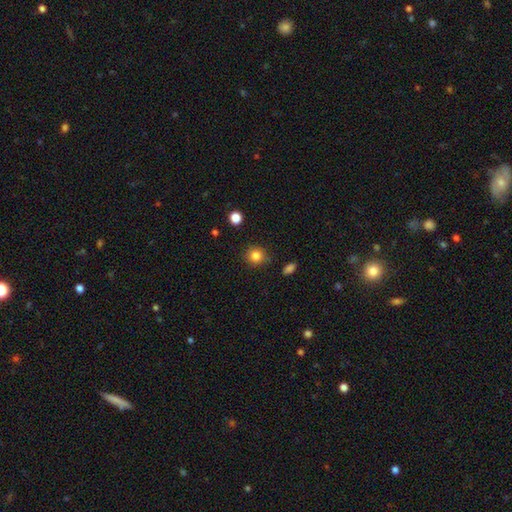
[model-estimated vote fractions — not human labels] A smooth galaxy with no disk features (84%) that is round (89%).

Vote fractions:
- Smooth or featured? smooth: 84% / star or artifact: 11% / featured or disk: 5%
- How rounded? round: 89% / in between: 10% / cigar-shaped: 1%
- Merging? none: 85% / minor disturbance: 10% / major disturbance: 3% / merger: 2%